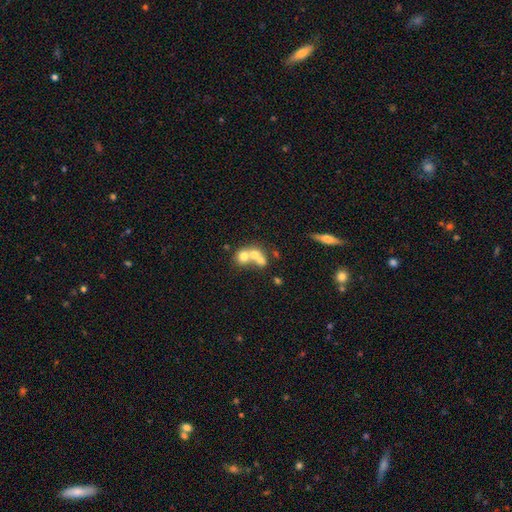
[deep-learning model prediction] Smooth or featured? smooth (61%)
How rounded? round (70%)
Merging? merger (67%)